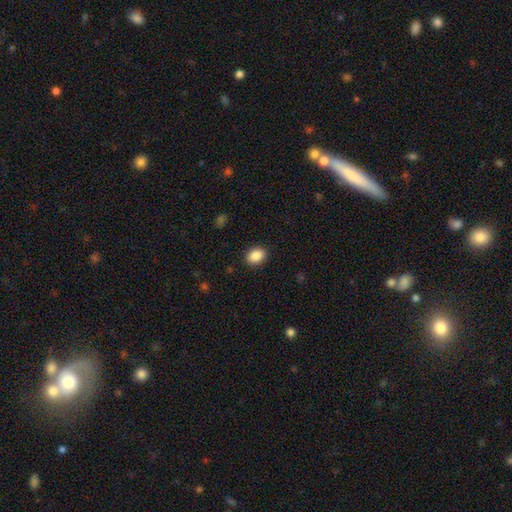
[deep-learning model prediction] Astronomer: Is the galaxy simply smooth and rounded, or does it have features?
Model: smooth — 89%.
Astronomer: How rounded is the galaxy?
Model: in between — 71%.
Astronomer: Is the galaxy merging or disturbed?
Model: none — 89%.